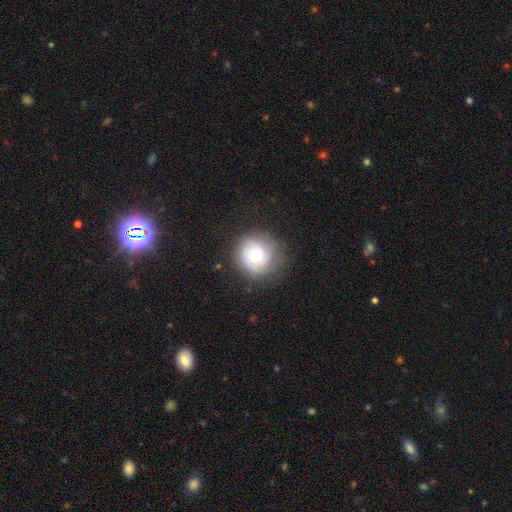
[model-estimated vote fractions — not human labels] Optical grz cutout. It shows a featured or disk galaxy (52%) with no bar (80%), spiral arms (83%) and a moderate central bulge (70%). Merging: none (77%).